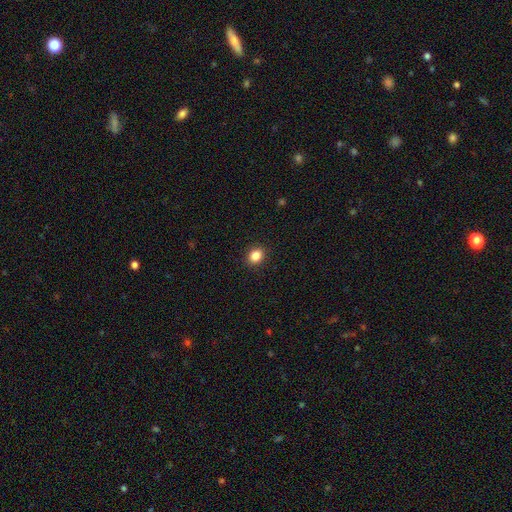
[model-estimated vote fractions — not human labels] smooth 85%, star or artifact 11%, featured or disk 4%. Down the decision tree: how rounded — round (66%); merging — none (92%).